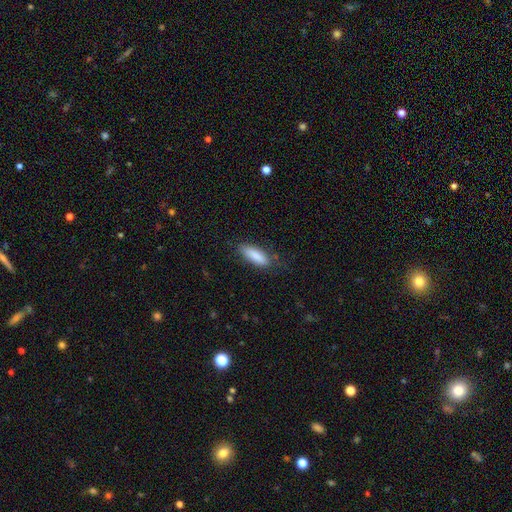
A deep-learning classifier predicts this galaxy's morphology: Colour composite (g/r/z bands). It shows a smooth galaxy with no disk features (86%) that is in between round and cigar-shaped (55%). Merging: none (76%).